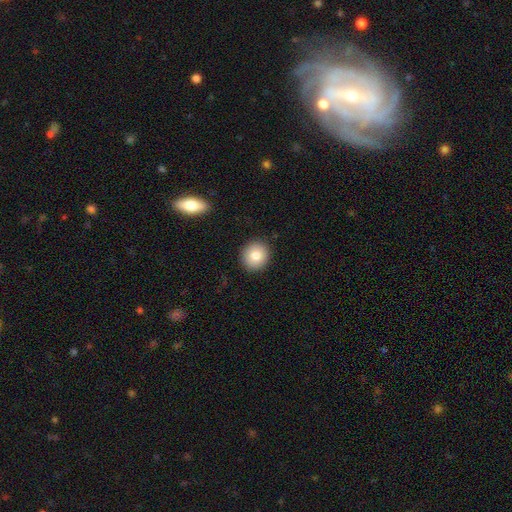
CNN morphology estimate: A smooth galaxy with no disk features (81%) that is round (85%).

Vote fractions:
- Smooth or featured? smooth: 81% / featured or disk: 10% / star or artifact: 9%
- How rounded? round: 85% / in between: 14% / cigar-shaped: 1%
- Merging? none: 90% / minor disturbance: 7% / major disturbance: 2% / merger: 1%